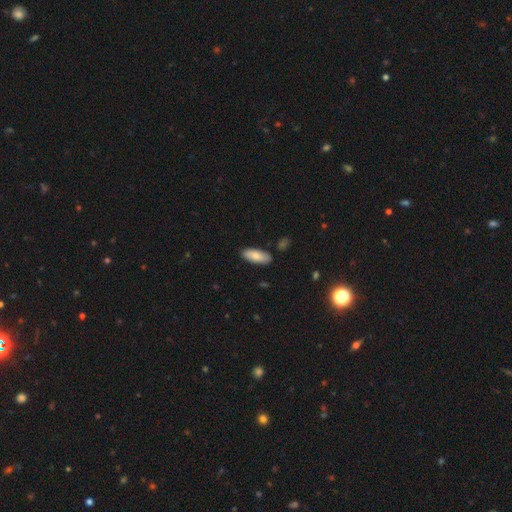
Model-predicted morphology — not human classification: smooth-or-featured: smooth: 81% | featured or disk: 13% | star or artifact: 6%
  how-rounded: in between: 80% | cigar-shaped: 18% | round: 2%
  merging: none: 86% | minor disturbance: 10% | merger: 2% | major disturbance: 2%